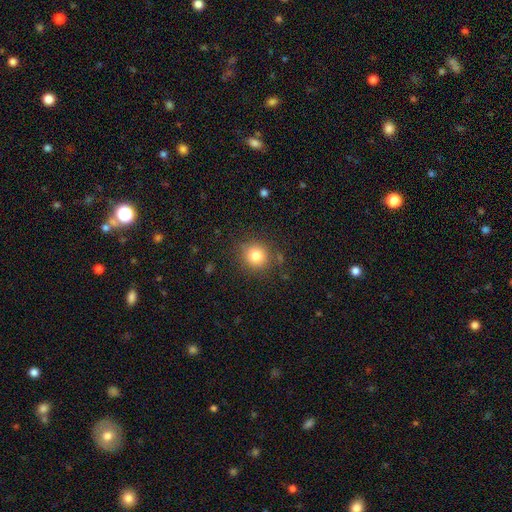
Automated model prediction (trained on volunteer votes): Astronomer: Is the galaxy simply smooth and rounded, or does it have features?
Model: smooth — 81%.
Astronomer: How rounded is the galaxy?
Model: round — 89%.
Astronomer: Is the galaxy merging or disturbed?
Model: none — 85%.